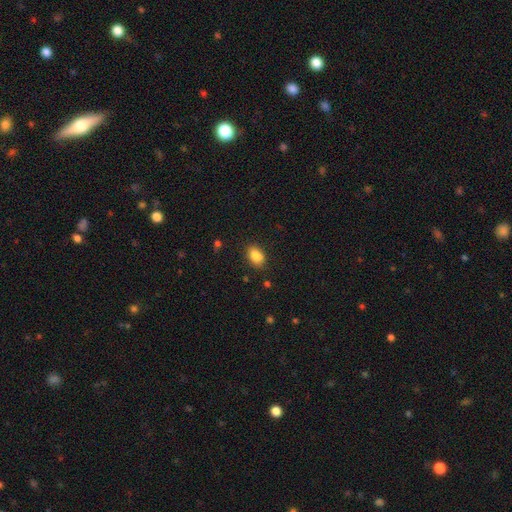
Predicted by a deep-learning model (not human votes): Smooth or featured? smooth (85%)
How rounded? in between (83%)
Merging? none (85%)